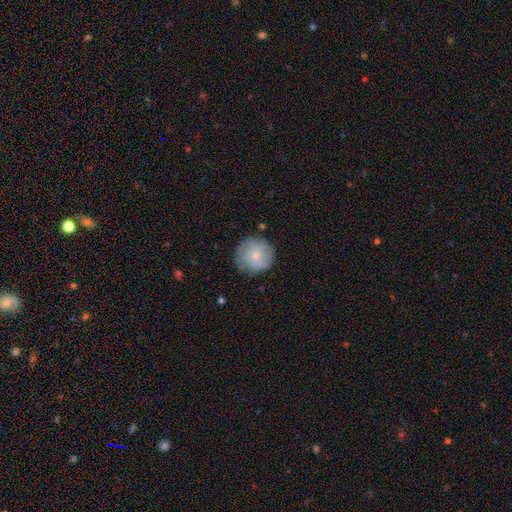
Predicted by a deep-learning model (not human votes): smooth-or-featured: smooth: 69% | featured or disk: 24% | star or artifact: 7%
  how-rounded: round: 94% | in between: 5% | cigar-shaped: 1%
  merging: none: 81% | minor disturbance: 14% | major disturbance: 4% | merger: 1%